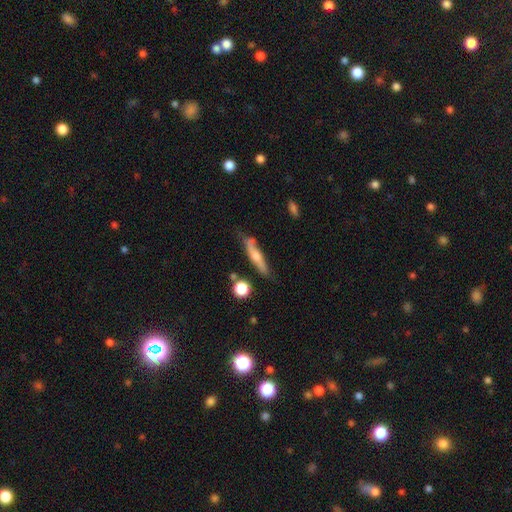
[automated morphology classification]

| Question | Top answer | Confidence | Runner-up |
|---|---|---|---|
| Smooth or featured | featured or disk | 54% | smooth (39%) |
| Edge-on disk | yes | 79% | no (21%) |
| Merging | none | 66% | minor disturbance (23%) |